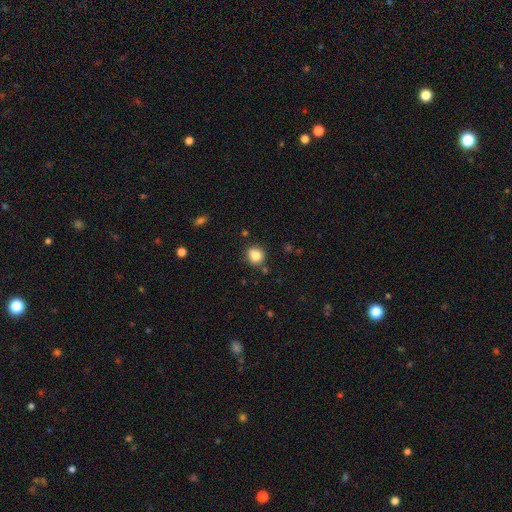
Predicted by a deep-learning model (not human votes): Q: Smooth or featured?
A: smooth (83%); runner-up: star or artifact (11%)
Q: How rounded?
A: round (83%); runner-up: in between (16%)
Q: Merging?
A: none (80%); runner-up: minor disturbance (12%)